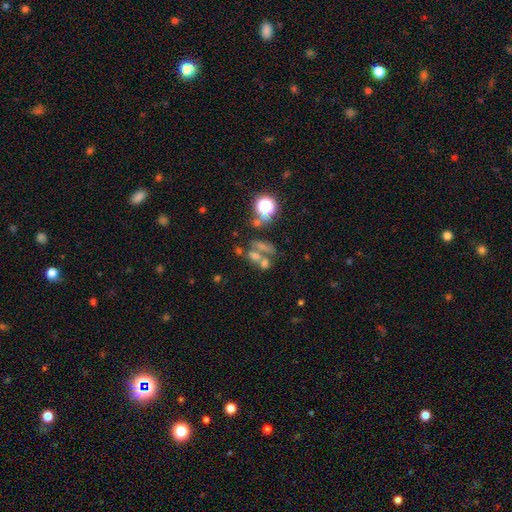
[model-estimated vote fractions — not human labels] The model was most divided on "smooth or featured": smooth: 41%, star or artifact: 34%, featured or disk: 25%. Remaining: merging — merger (46%).